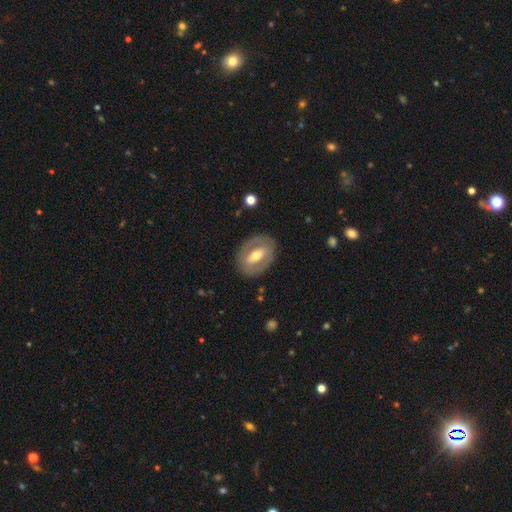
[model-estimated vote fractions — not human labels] Smooth or featured? featured or disk (61%)
Edge-on disk? no (91%)
Bar? strong (38%)
Spiral arms? no (74%)
Bulge size? moderate (64%)
Merging? none (81%)